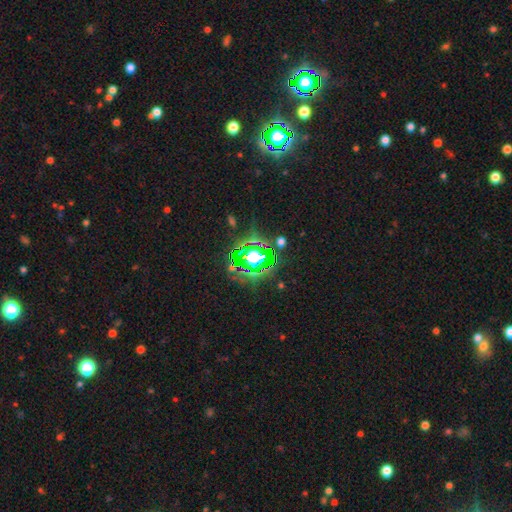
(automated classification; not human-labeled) Morphology: type=star or artifact (63%).